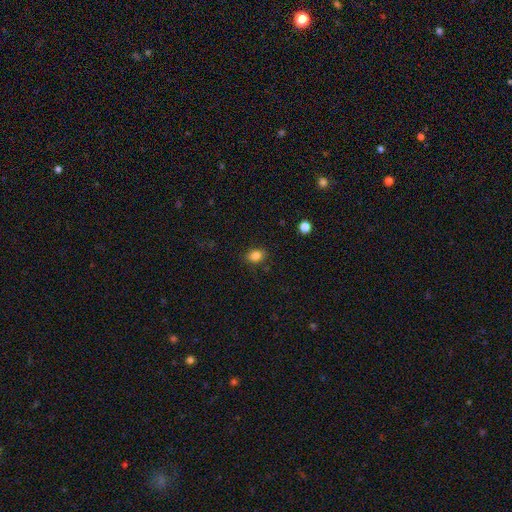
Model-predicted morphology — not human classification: Smooth or featured? Predicted: smooth (p=0.84). How rounded? Predicted: in between (p=0.60). Merging? Predicted: none (p=0.85).